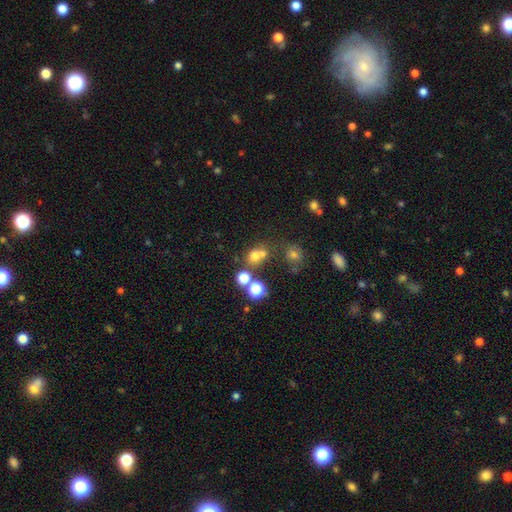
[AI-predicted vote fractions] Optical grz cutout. It shows a smooth galaxy with no disk features (66%) that is round (76%). Merging: none (51%).